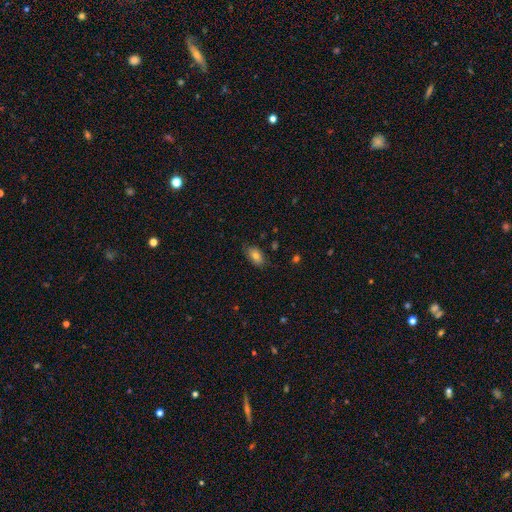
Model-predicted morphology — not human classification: Smooth or featured? smooth (76%)
How rounded? in between (90%)
Merging? none (77%)